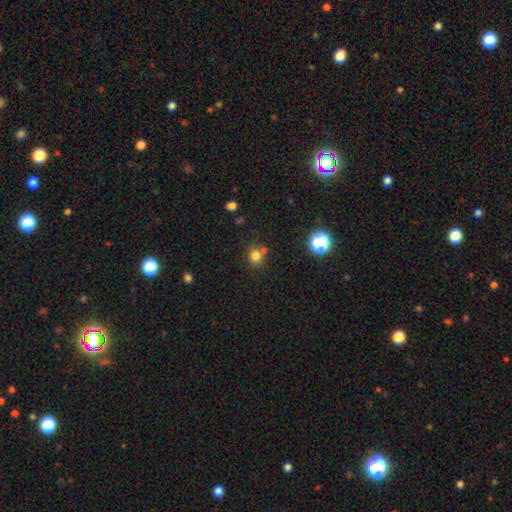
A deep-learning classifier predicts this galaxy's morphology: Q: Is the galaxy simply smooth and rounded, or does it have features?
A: smooth — 75%.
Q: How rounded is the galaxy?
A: round — 78%.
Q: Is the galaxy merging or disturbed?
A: none — 65%.